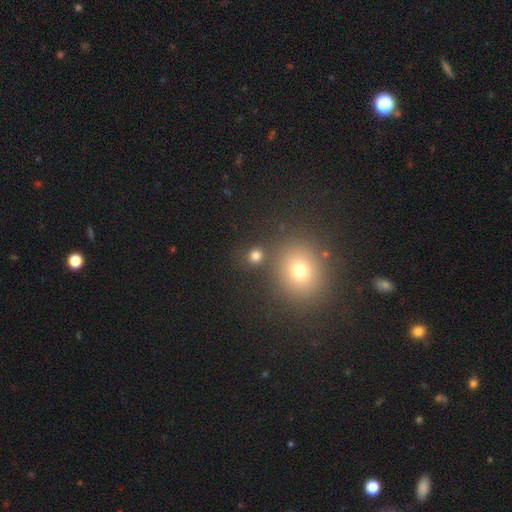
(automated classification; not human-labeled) This appears to be a smooth galaxy with no disk features (77%) that is round (81%). Merging: none (80%).